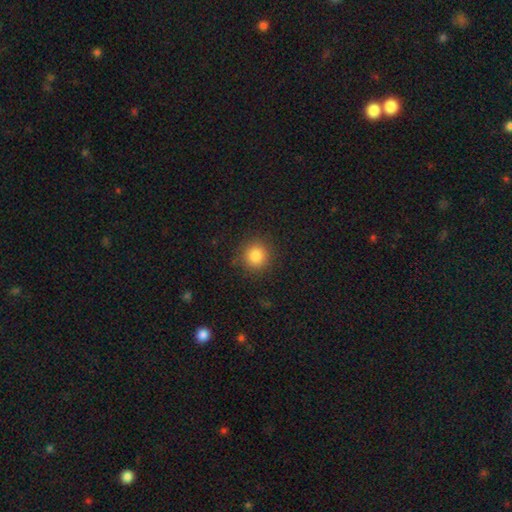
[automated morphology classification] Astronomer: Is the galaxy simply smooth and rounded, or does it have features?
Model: smooth — 84%.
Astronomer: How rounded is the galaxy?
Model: round — 92%.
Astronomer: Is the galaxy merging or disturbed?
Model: none — 88%.